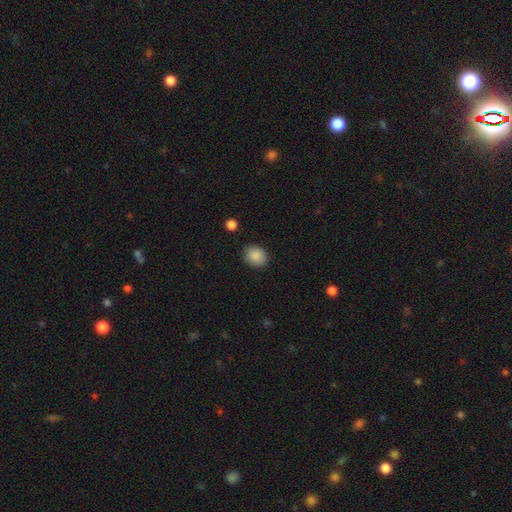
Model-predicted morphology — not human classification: This is clearly a smooth galaxy (89%). How rounded: likely round (66%). Merging: clearly none (87%).